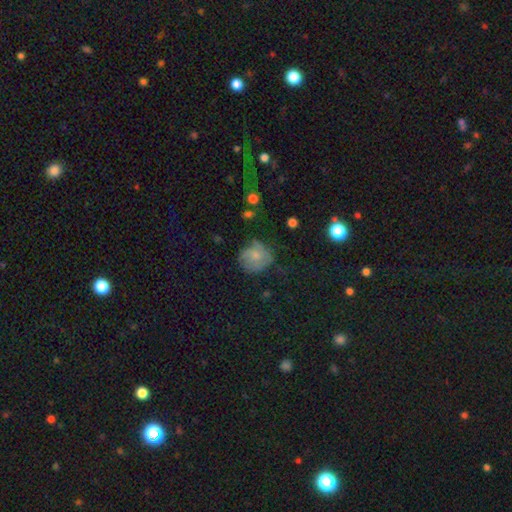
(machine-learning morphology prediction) Smooth or featured? smooth (60%)
How rounded? round (79%)
Merging? none (54%)